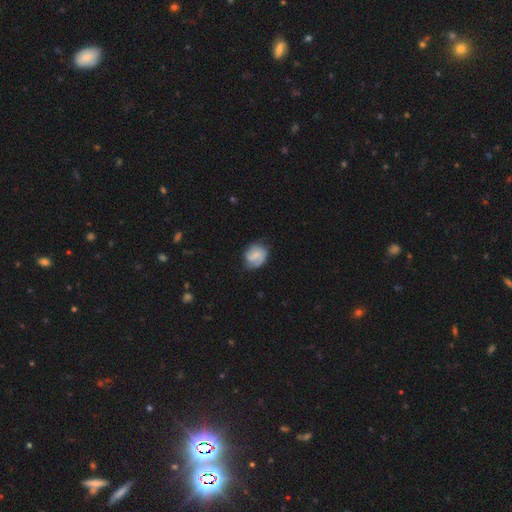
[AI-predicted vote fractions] featured or disk 52%, smooth 41%, star or artifact 7%. Down the decision tree: edge-on disk — no (97%); bar — no (46%); spiral arms — yes (87%); bulge size — small (47%); merging — none (64%).